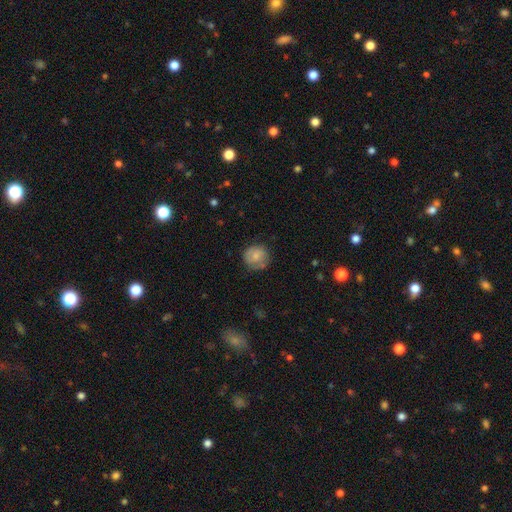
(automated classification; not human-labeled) Smooth or featured?
  - smooth: 63% *
  - featured or disk: 29%
  - star or artifact: 8%
How rounded?
  - round: 85% *
  - in between: 14%
  - cigar-shaped: 1%
Merging?
  - none: 70% *
  - minor disturbance: 22%
  - major disturbance: 7%
  - merger: 1%